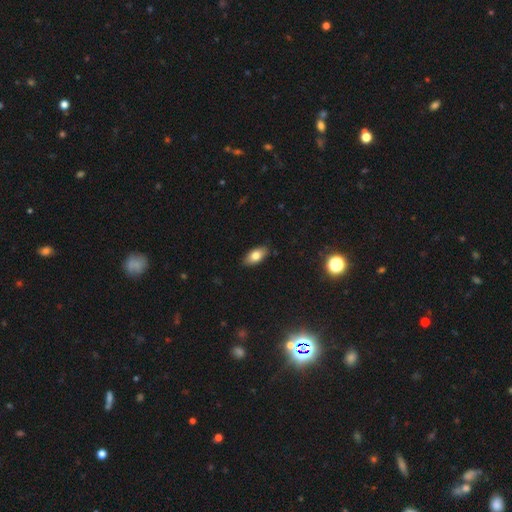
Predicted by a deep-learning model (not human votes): smooth-or-featured: smooth: 78% | featured or disk: 14% | star or artifact: 8%
  how-rounded: in between: 91% | cigar-shaped: 5% | round: 4%
  merging: none: 88% | minor disturbance: 9% | major disturbance: 2% | merger: 1%